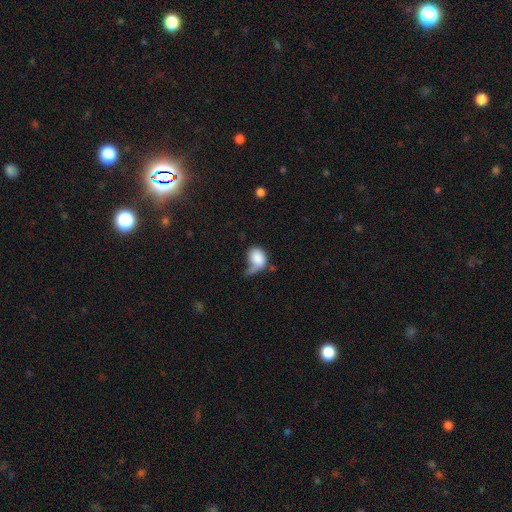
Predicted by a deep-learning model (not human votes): A smooth galaxy with no disk features (81%) that is in between round and cigar-shaped (66%).

Vote fractions:
- Smooth or featured? smooth: 81% / featured or disk: 12% / star or artifact: 8%
- How rounded? in between: 66% / round: 33% / cigar-shaped: 1%
- Merging? major disturbance: 36% / minor disturbance: 29% / none: 23% / merger: 12%